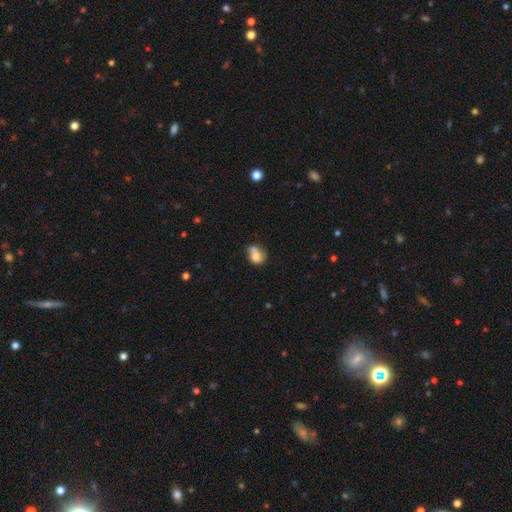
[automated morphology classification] Smooth or featured?
  - smooth: 65% *
  - featured or disk: 25%
  - star or artifact: 10%
How rounded?
  - in between: 55% *
  - round: 43%
  - cigar-shaped: 1%
Merging?
  - none: 32% *
  - merger: 29%
  - minor disturbance: 23%
  - major disturbance: 16%